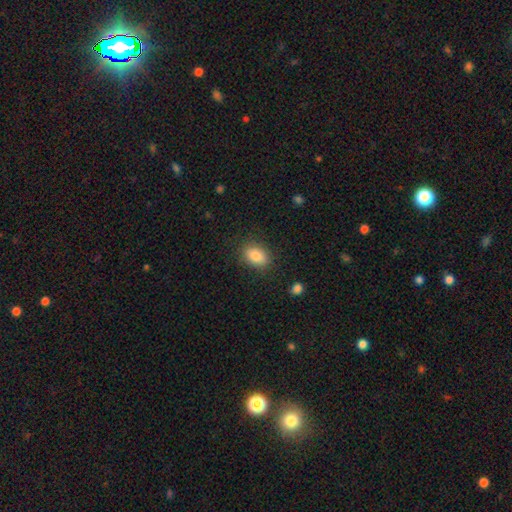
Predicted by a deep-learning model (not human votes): Smooth or featured? smooth (84%)
How rounded? in between (83%)
Merging? none (85%)